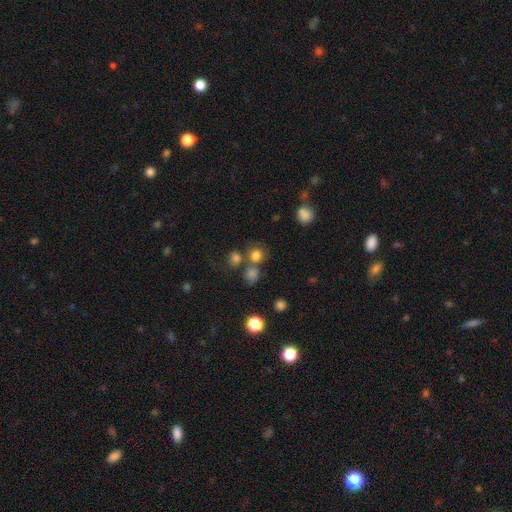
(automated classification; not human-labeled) Smooth or featured? smooth (76%)
How rounded? round (83%)
Merging? none (60%)